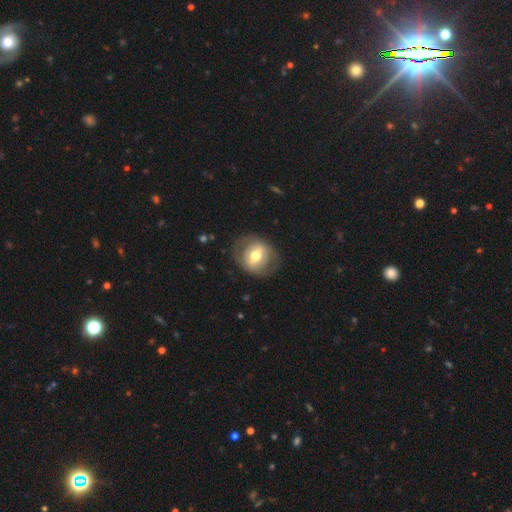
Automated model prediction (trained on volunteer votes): A featured or disk galaxy (50%).

Vote fractions:
- Smooth or featured? featured or disk: 50% / smooth: 43% / star or artifact: 7%
- Merging? none: 76% / minor disturbance: 15% / major disturbance: 8% / merger: 1%